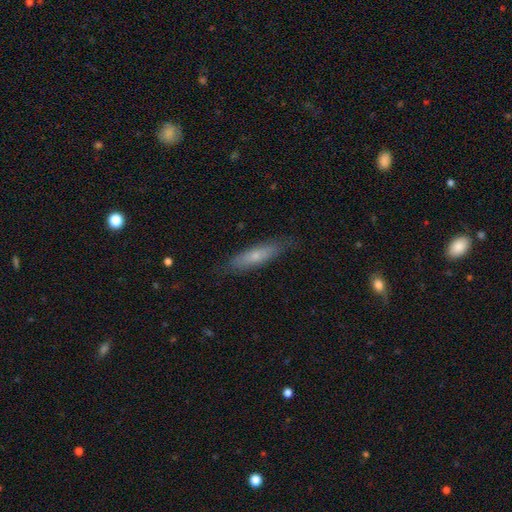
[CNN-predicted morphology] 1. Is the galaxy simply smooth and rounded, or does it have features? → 59% smooth, 35% featured or disk, 6% star or artifact.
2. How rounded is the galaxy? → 77% cigar-shaped, 21% in between, 2% round.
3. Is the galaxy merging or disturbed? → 81% none, 15% minor disturbance, 3% major disturbance, 1% merger.